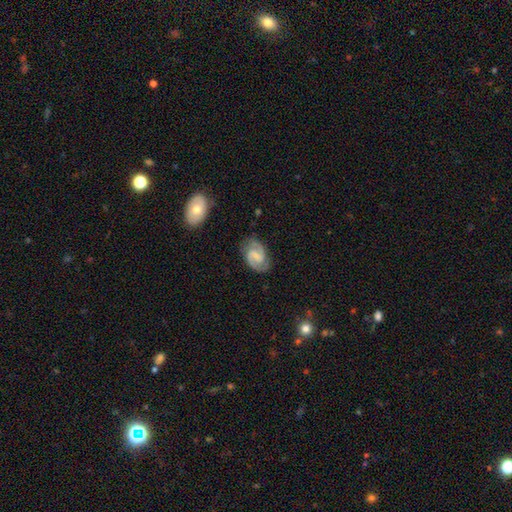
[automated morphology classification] Q: Smooth or featured?
A: featured or disk (84%); runner-up: smooth (11%)
Q: Edge-on disk?
A: no (98%); runner-up: yes (2%)
Q: Bar?
A: weak (54%); runner-up: no (25%)
Q: Spiral arms?
A: yes (97%); runner-up: no (3%)
Q: Spiral winding?
A: medium (55%); runner-up: tight (30%)
Q: Spiral arm count?
A: 2 (92%); runner-up: can't tell (3%)
Q: Bulge size?
A: small (47%); runner-up: none (27%)
Q: Merging?
A: none (80%); runner-up: minor disturbance (14%)